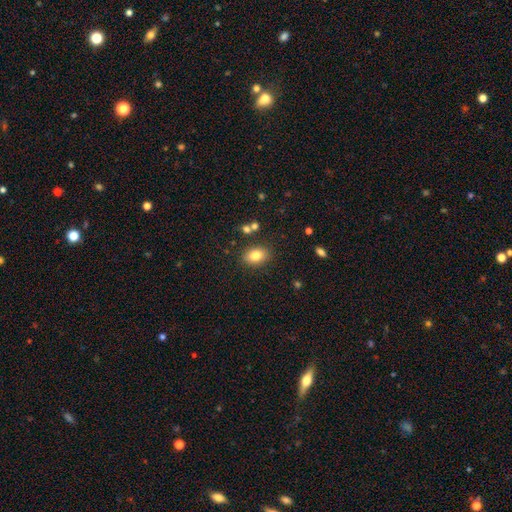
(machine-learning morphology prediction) A smooth galaxy with no disk features (80%) that is in between round and cigar-shaped (76%). Merging: none (83%).